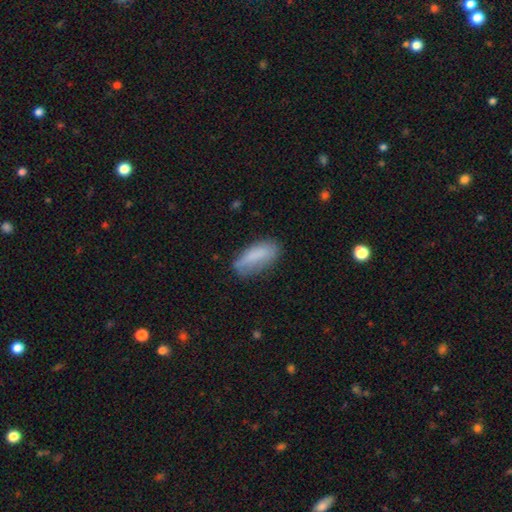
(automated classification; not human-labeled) This is likely a smooth galaxy (78%). How rounded: likely in between (76%). Merging: likely none (62%).